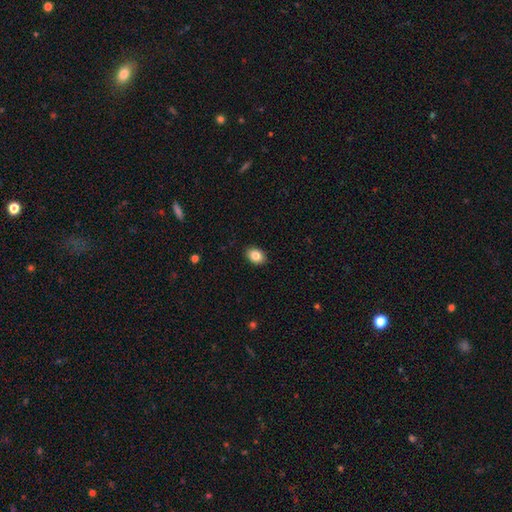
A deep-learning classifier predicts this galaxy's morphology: A smooth galaxy with no disk features (86%) that is in between round and cigar-shaped (74%). Merging: none (90%).